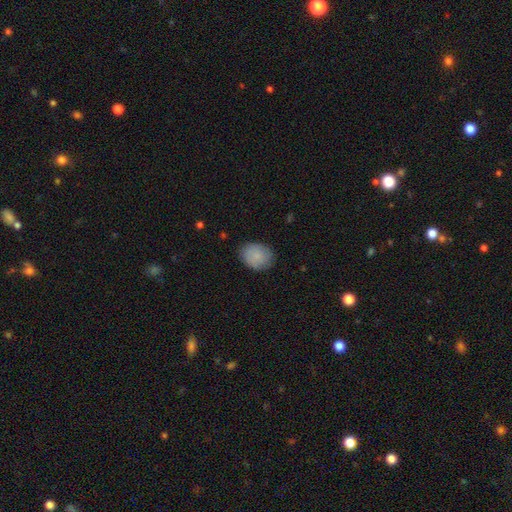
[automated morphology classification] A smooth galaxy with no disk features (85%) that is in between round and cigar-shaped (55%). Merging: none (83%).